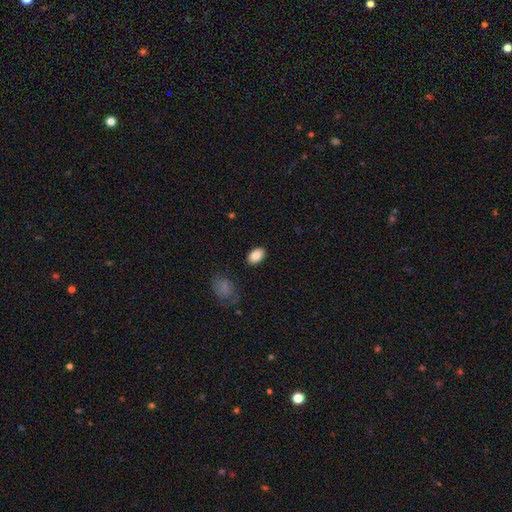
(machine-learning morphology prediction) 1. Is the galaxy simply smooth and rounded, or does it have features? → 84% smooth, 8% featured or disk, 8% star or artifact.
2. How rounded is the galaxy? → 88% in between, 11% round, 1% cigar-shaped.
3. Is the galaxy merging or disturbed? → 87% none, 9% minor disturbance, 2% major disturbance, 2% merger.